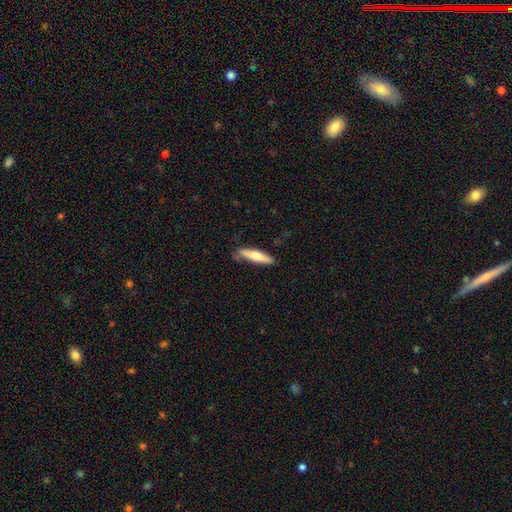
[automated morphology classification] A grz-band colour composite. It shows a smooth galaxy with no disk features (62%) that is cigar-shaped (80%). Merging: none (77%).